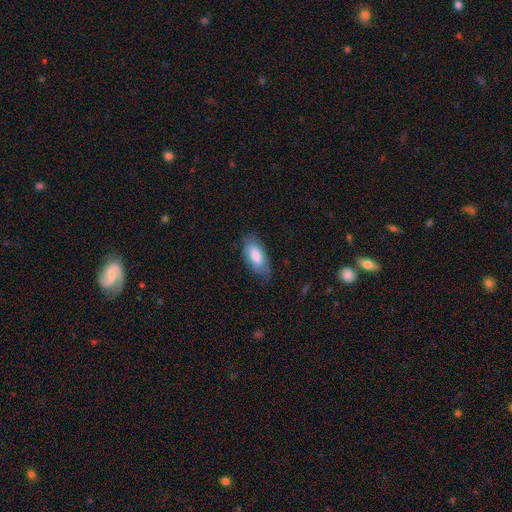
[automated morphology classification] Overall: smooth (80%). How rounded: in between (87%). Merging: none (71%).